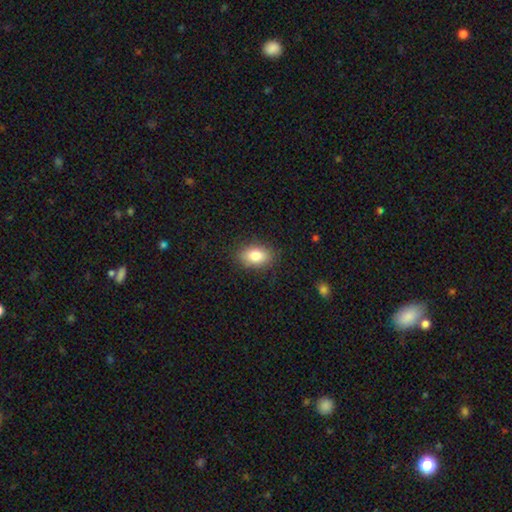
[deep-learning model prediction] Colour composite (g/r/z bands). It shows a smooth galaxy with no disk features (84%) that is in between round and cigar-shaped (86%). Merging: none (86%).